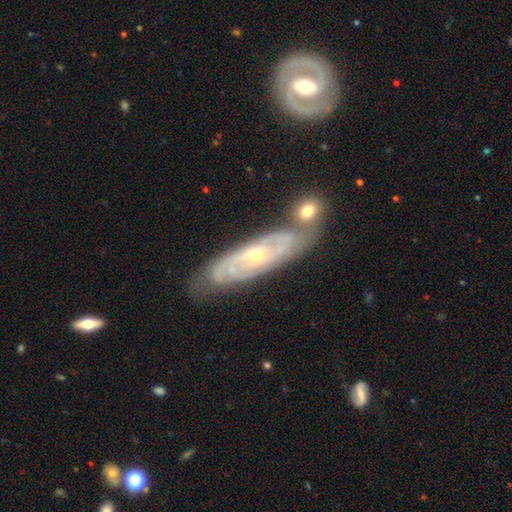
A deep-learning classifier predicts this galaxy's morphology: Smooth or featured? featured or disk (82%)
Edge-on disk? no (81%)
Bar? no (67%)
Spiral arms? yes (89%)
Spiral winding? tight (65%)
Spiral arm count? 2 (47%)
Bulge size? small (53%)
Merging? none (71%)